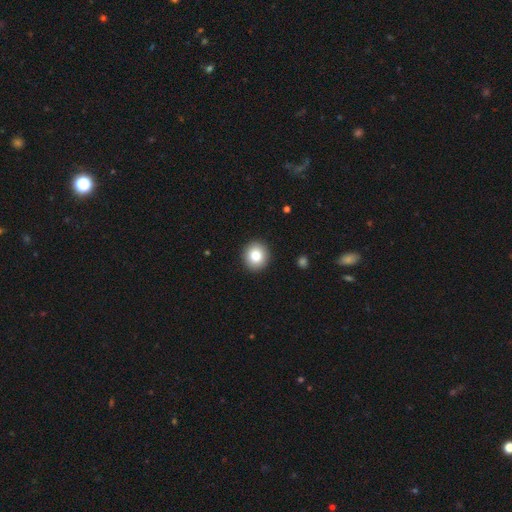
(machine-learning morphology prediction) Smooth or featured?
  - smooth: 83% *
  - star or artifact: 9%
  - featured or disk: 8%
How rounded?
  - round: 88% *
  - in between: 11%
  - cigar-shaped: 1%
Merging?
  - none: 92% *
  - minor disturbance: 5%
  - major disturbance: 2%
  - merger: 1%